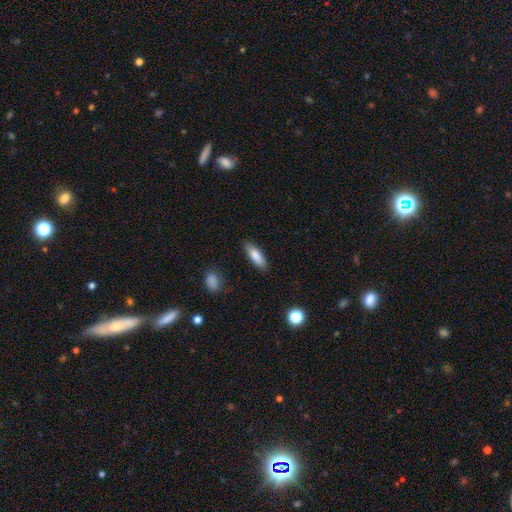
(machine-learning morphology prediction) Smooth or featured? smooth (85%)
How rounded? in between (57%)
Merging? none (86%)